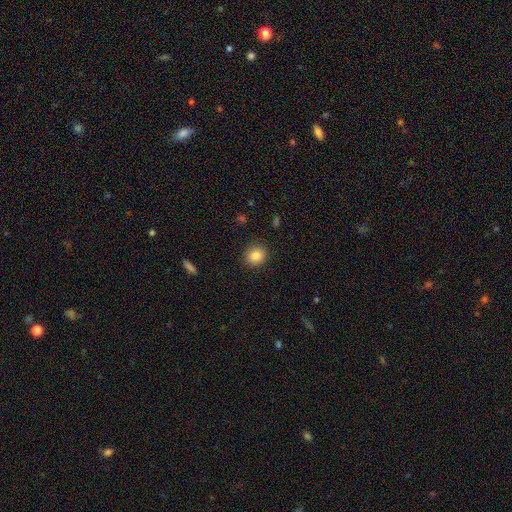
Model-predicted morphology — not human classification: Smooth or featured: smooth — 86% (star or artifact — 9%)
How rounded: round — 74% (in between — 25%)
Merging: none — 88% (minor disturbance — 8%)